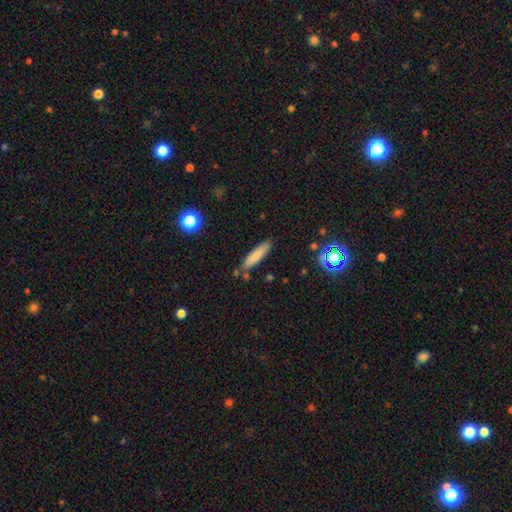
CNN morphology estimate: Smooth or featured: smooth — 80% (featured or disk — 13%)
How rounded: cigar-shaped — 78% (in between — 20%)
Merging: none — 80% (minor disturbance — 13%)